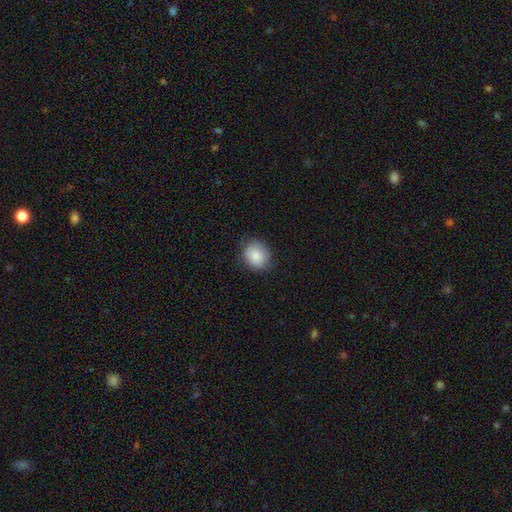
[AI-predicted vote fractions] Smooth or featured? smooth (86%)
How rounded? round (69%)
Merging? none (80%)